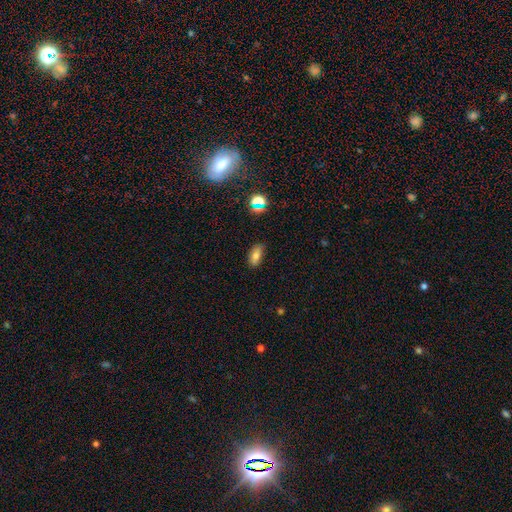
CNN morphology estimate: The model was most divided on "smooth or featured": smooth: 77%, star or artifact: 13%, featured or disk: 10%. More confident: how rounded — in between (87%); merging — none (82%).